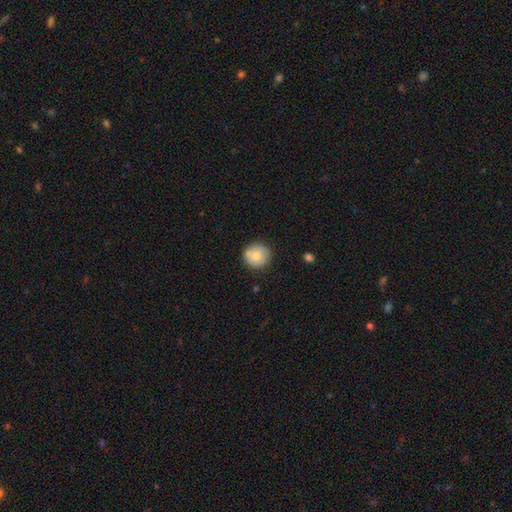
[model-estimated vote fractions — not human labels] Overall: smooth (75%). How rounded: round (92%). Merging: none (81%).